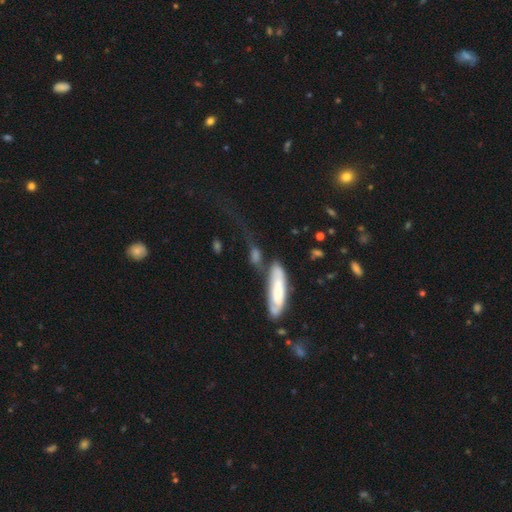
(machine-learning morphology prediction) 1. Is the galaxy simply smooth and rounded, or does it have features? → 49% smooth, 41% featured or disk, 10% star or artifact.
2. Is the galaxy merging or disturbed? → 30% none, 27% major disturbance, 26% merger, 17% minor disturbance.